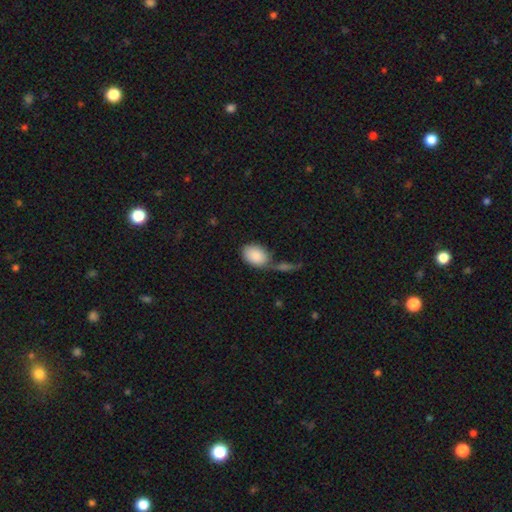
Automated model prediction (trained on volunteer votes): smooth 87%, star or artifact 6%, featured or disk 6%. Down the decision tree: how rounded — in between (83%); merging — none (51%).